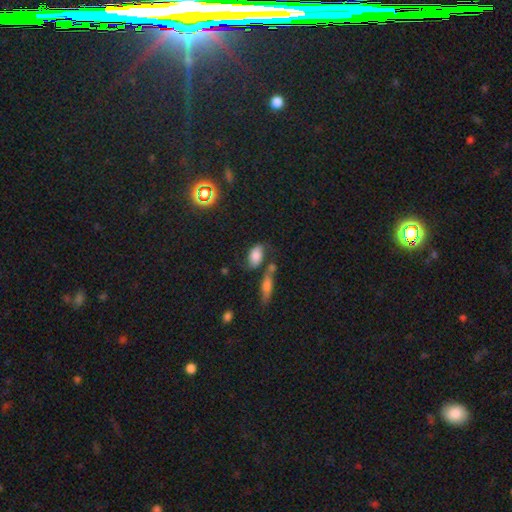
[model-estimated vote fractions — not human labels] Smooth or featured? Predicted: smooth (p=0.69). How rounded? Predicted: in between (p=0.88). Merging? Predicted: none (p=0.48).